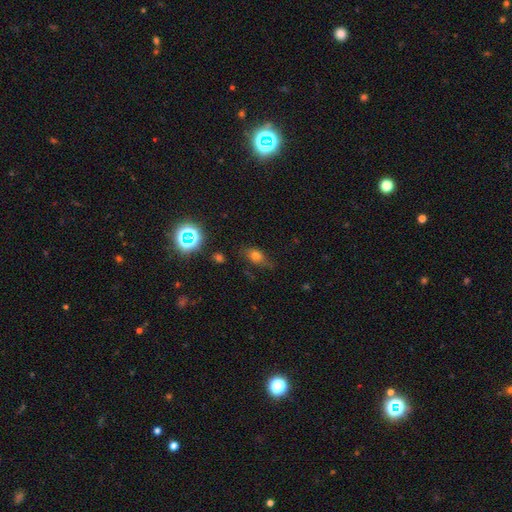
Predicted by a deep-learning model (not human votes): Smooth or featured?
  - smooth: 66% *
  - star or artifact: 19%
  - featured or disk: 15%
How rounded?
  - in between: 76% *
  - round: 17%
  - cigar-shaped: 7%
Merging?
  - none: 69% *
  - minor disturbance: 22%
  - major disturbance: 7%
  - merger: 2%